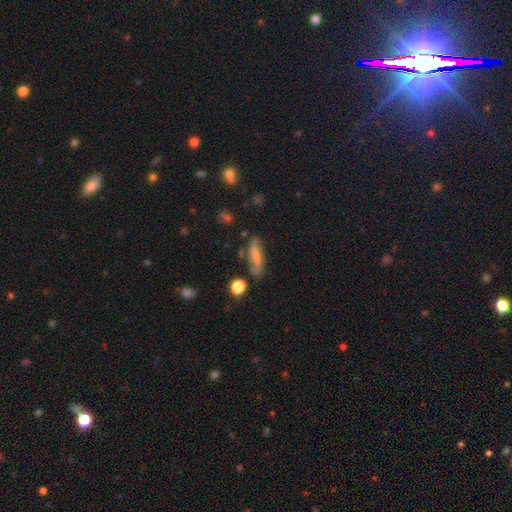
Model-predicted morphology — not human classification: smooth 50%, featured or disk 41%, star or artifact 9%. Down the decision tree: how rounded — in between (48%, tied with cigar-shaped); merging — none (65%).